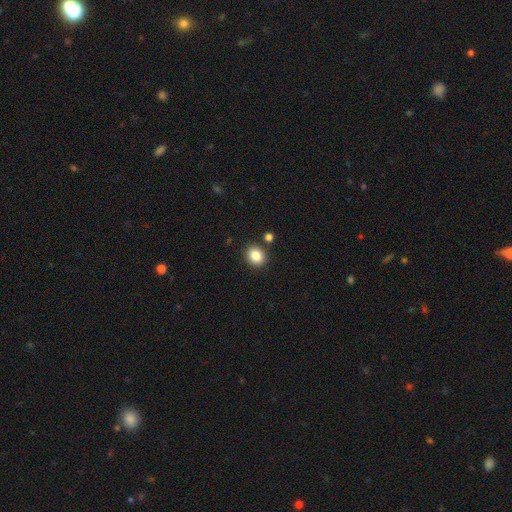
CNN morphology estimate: Q: Smooth or featured?
A: smooth (85%); runner-up: star or artifact (10%)
Q: How rounded?
A: round (62%); runner-up: in between (37%)
Q: Merging?
A: none (85%); runner-up: minor disturbance (8%)